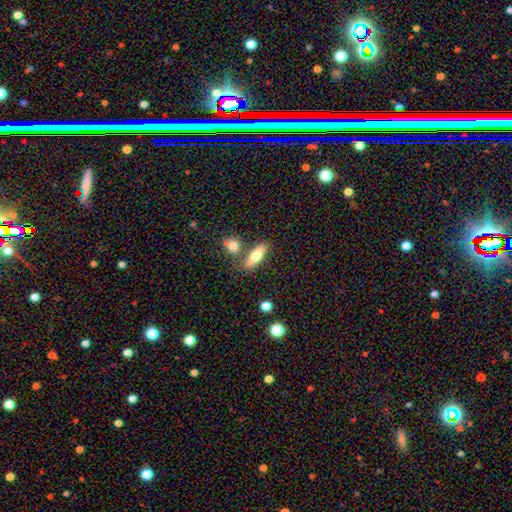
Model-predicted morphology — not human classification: smooth-or-featured: smooth: 65% | featured or disk: 28% | star or artifact: 7%
  how-rounded: in between: 49% | cigar-shaped: 47% | round: 4%
  merging: none: 70% | merger: 16% | minor disturbance: 10% | major disturbance: 3%